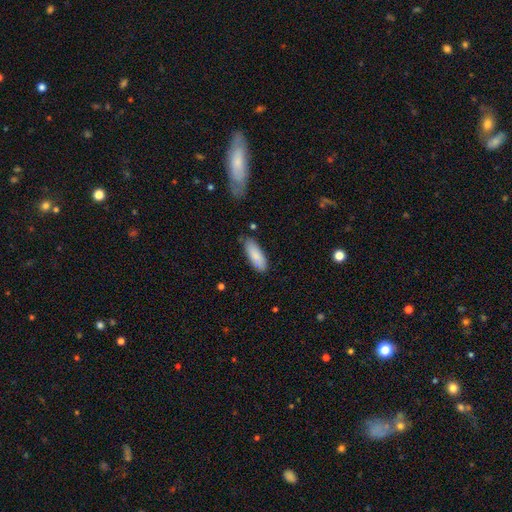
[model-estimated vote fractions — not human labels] Smooth or featured? Predicted: smooth (p=0.85). How rounded? Predicted: in between (p=0.68). Merging? Predicted: none (p=0.77).